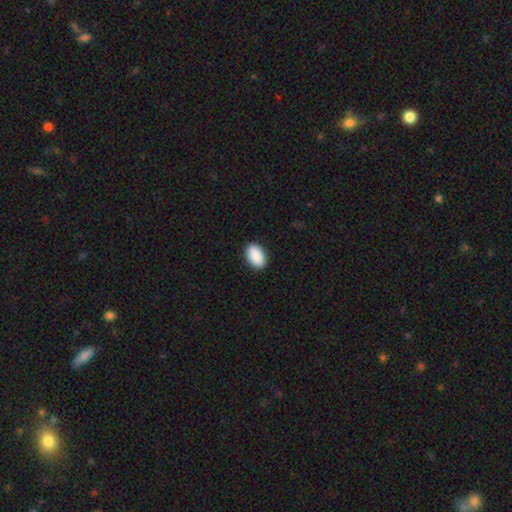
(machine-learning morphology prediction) Q: Smooth or featured?
A: smooth (91%); runner-up: star or artifact (6%)
Q: How rounded?
A: in between (93%); runner-up: round (5%)
Q: Merging?
A: none (90%); runner-up: minor disturbance (7%)